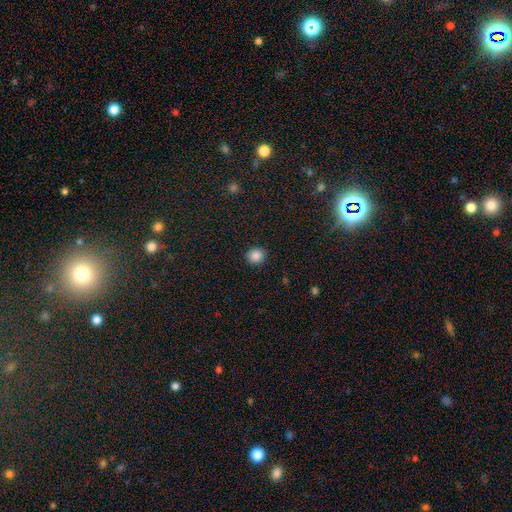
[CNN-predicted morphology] smooth_or_featured: smooth (p=0.87) [alt: star or artifact p=0.10]
how_rounded: round (p=0.84) [alt: in between p=0.15]
merging: none (p=0.91) [alt: minor disturbance p=0.06]